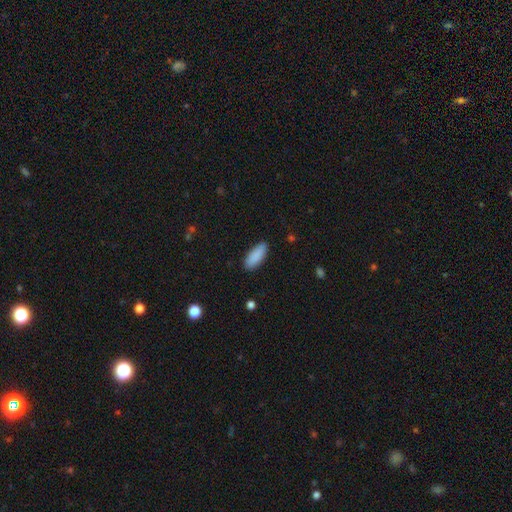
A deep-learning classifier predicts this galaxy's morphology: A smooth galaxy with no disk features (90%) that is in between round and cigar-shaped (73%). Merging: none (89%).